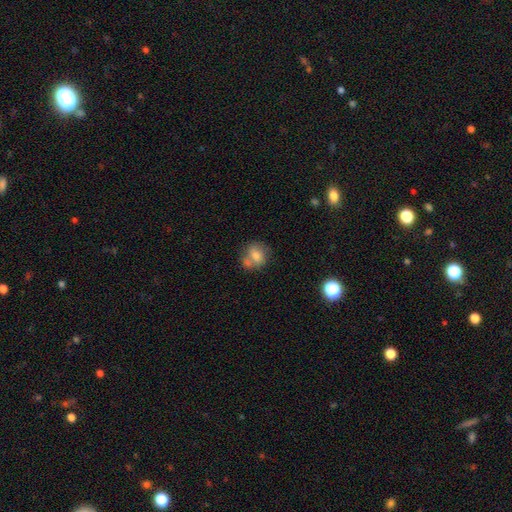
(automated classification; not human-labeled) Overall: smooth (67%). How rounded: round (62%; in between 37%). Merging: none (47%; merger 28%).